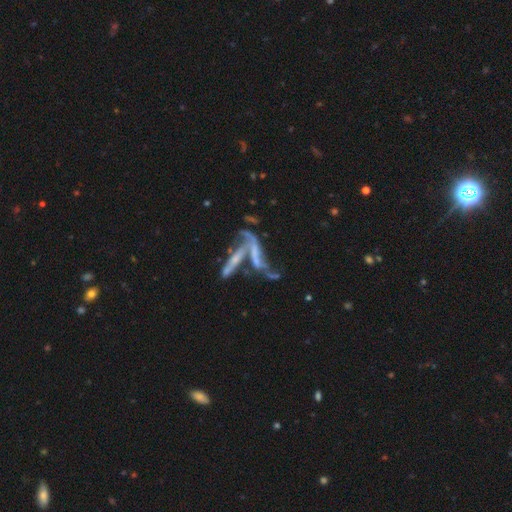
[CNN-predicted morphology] This appears to be a featured or disk galaxy (67%). Merging: merger (56%).